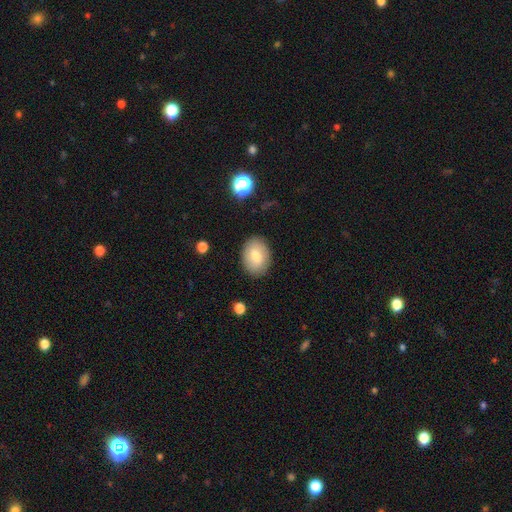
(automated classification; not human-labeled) A smooth galaxy with no disk features (77%) that is in between round and cigar-shaped (74%).

Vote fractions:
- Smooth or featured? smooth: 77% / featured or disk: 15% / star or artifact: 8%
- How rounded? in between: 74% / round: 25% / cigar-shaped: 1%
- Merging? none: 86% / minor disturbance: 10% / major disturbance: 3% / merger: 1%